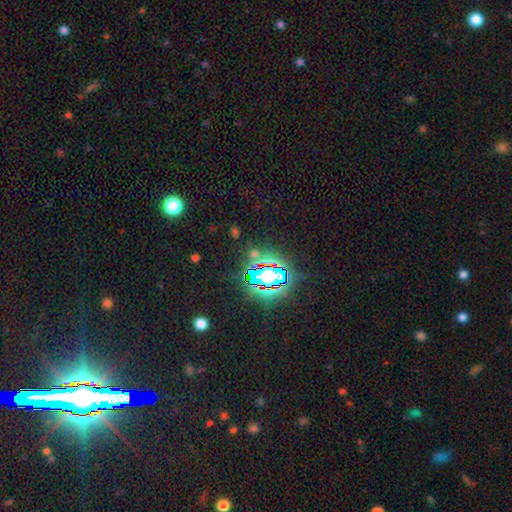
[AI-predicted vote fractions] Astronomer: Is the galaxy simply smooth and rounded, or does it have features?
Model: star or artifact — 77%.